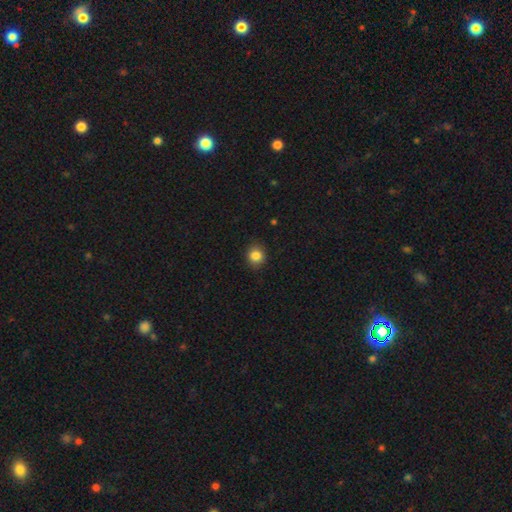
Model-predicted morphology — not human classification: Smooth or featured: smooth — 85% (star or artifact — 10%)
How rounded: round — 82% (in between — 17%)
Merging: none — 88% (minor disturbance — 9%)